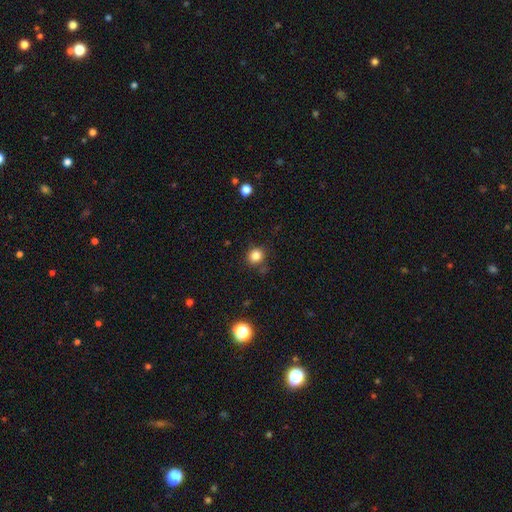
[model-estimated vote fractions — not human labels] Q: Smooth or featured?
A: smooth (83%); runner-up: star or artifact (12%)
Q: How rounded?
A: round (87%); runner-up: in between (13%)
Q: Merging?
A: none (82%); runner-up: minor disturbance (11%)